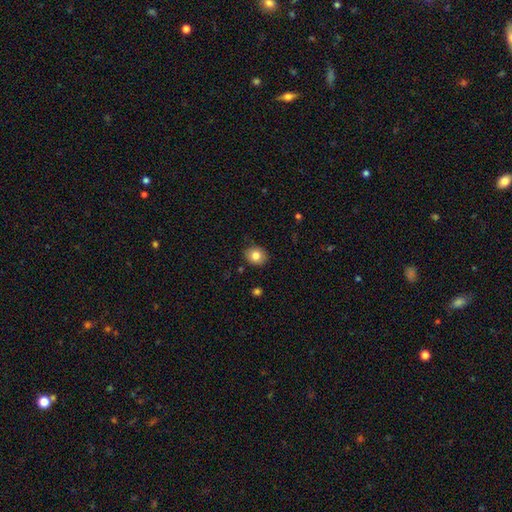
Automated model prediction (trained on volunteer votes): This appears to be a smooth galaxy with no disk features (82%) that is round (63%). Merging: none (87%).